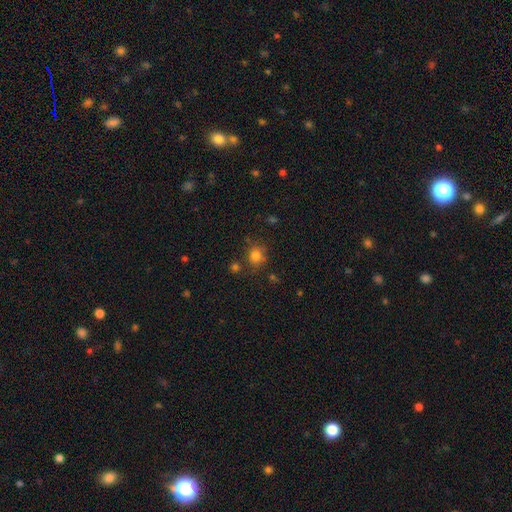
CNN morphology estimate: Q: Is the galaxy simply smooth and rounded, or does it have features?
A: smooth — 79%.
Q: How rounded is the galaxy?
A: round — 79%.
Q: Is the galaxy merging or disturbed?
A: none — 74%.